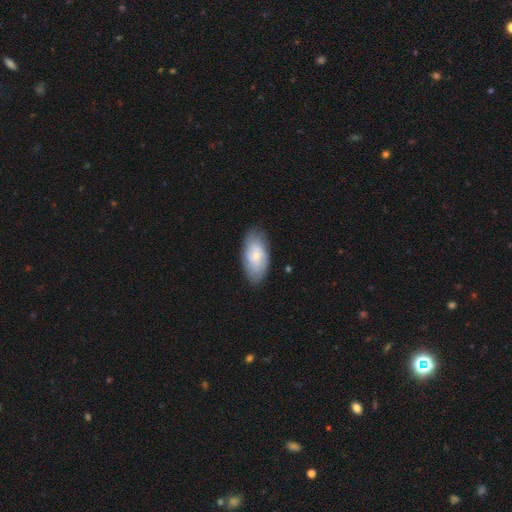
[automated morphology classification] A smooth galaxy with no disk features (63%) that is in between round and cigar-shaped (93%).

Vote fractions:
- Smooth or featured? smooth: 63% / featured or disk: 31% / star or artifact: 6%
- How rounded? in between: 93% / cigar-shaped: 4% / round: 3%
- Merging? none: 77% / minor disturbance: 18% / major disturbance: 4% / merger: 1%